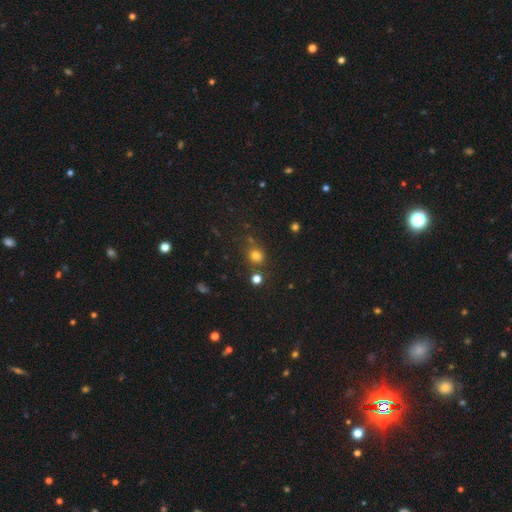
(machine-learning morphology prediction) This appears to be a smooth galaxy with no disk features (75%) that is round (79%). Merging: none (68%).